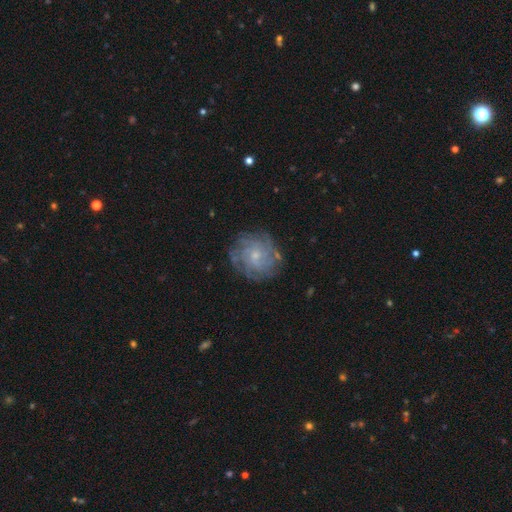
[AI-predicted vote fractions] Smooth or featured? Predicted: featured or disk (p=0.72). Edge-on disk? Predicted: no (p=0.97). Bar? Predicted: no (p=0.75). Spiral arms? Predicted: yes (p=0.88). Spiral winding? Predicted: tight (p=0.65). Spiral arm count? Predicted: can't tell (p=0.45). Bulge size? Predicted: small (p=0.71). Merging? Predicted: none (p=0.79).